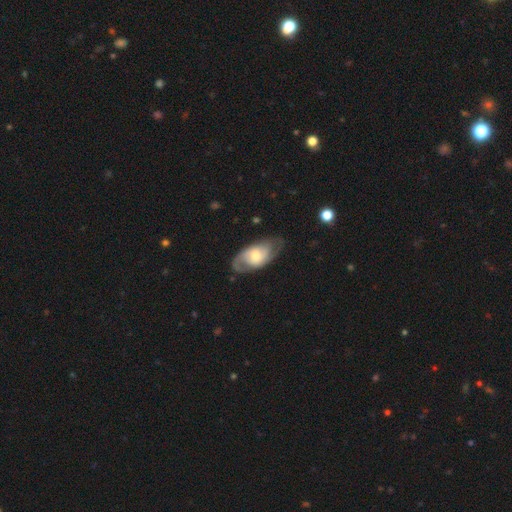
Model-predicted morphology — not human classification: This is likely a featured or disk galaxy (68%). It is clearly not viewed edge-on (93%). Bar: likely no (64%). Spiral arm pattern: clearly yes (86%). Spiral arm count: likely 2 (69%). Spiral winding: marginally medium (43%). Central bulge: likely moderate (60%). Merging: likely none (66%).